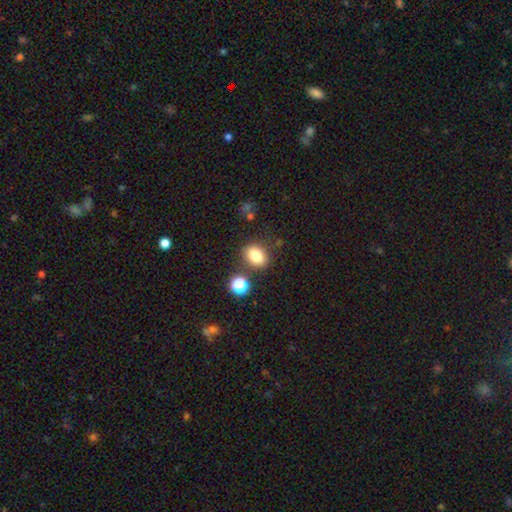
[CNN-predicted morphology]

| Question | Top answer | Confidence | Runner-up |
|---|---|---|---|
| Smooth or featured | smooth | 82% | star or artifact (12%) |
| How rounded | in between | 64% | round (34%) |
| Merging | none | 77% | minor disturbance (12%) |